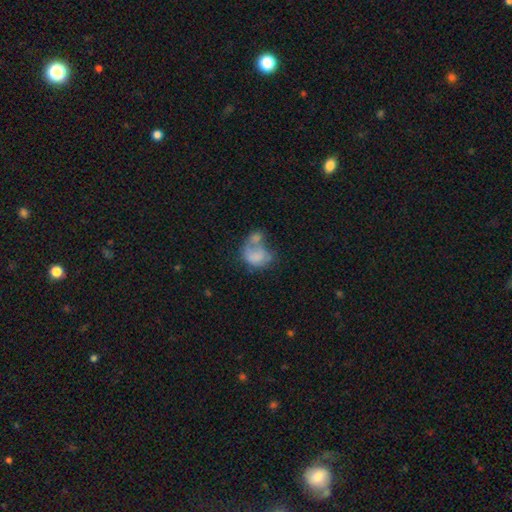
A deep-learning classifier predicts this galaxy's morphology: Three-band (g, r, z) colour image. It shows a smooth galaxy with no disk features (62%) that is in between round and cigar-shaped (64%). Merging: merger (49%).